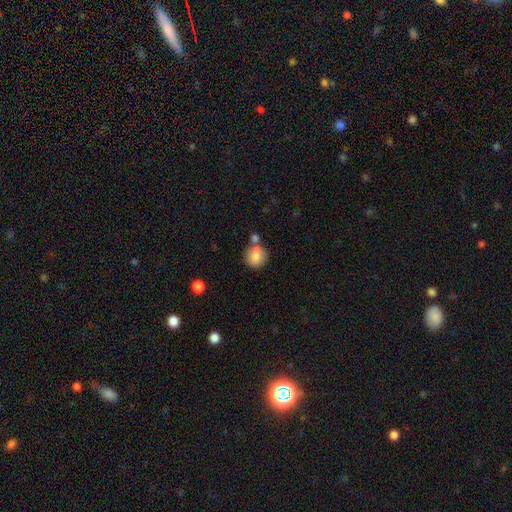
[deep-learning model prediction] The model was most divided on "merging": none: 59%, merger: 23%, minor disturbance: 14%, major disturbance: 4%. More confident: how rounded — round (82%); smooth or featured — smooth (81%).